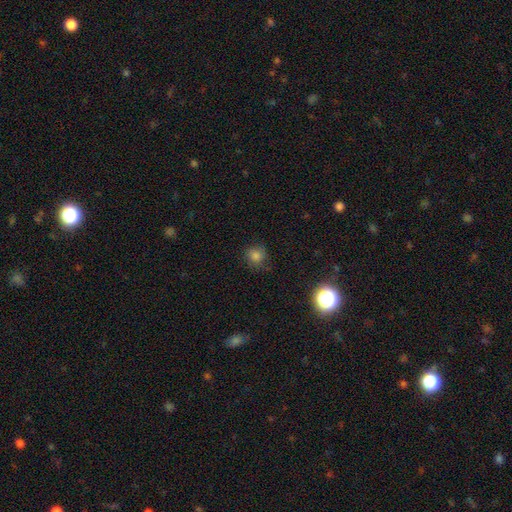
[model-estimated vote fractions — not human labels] A smooth galaxy with no disk features (76%) that is round (86%).

Vote fractions:
- Smooth or featured? smooth: 76% / star or artifact: 16% / featured or disk: 8%
- How rounded? round: 86% / in between: 13% / cigar-shaped: 1%
- Merging? none: 73% / minor disturbance: 19% / major disturbance: 7% / merger: 1%